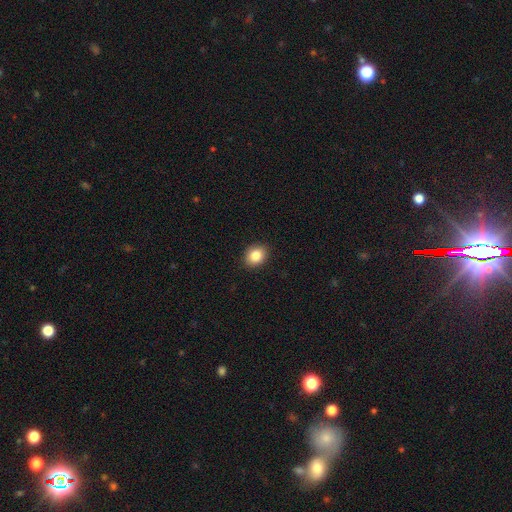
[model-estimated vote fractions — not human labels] Q: Smooth or featured?
A: smooth (85%); runner-up: star or artifact (9%)
Q: How rounded?
A: round (57%); runner-up: in between (42%)
Q: Merging?
A: none (90%); runner-up: minor disturbance (7%)